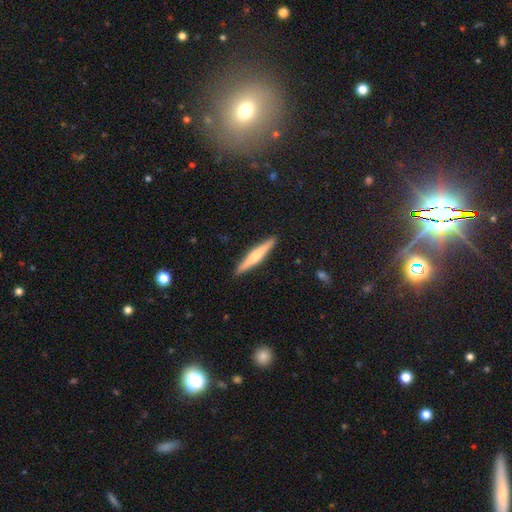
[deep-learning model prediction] A smooth galaxy with no disk features (49%).

Vote fractions:
- Smooth or featured? smooth: 49% / featured or disk: 46% / star or artifact: 5%
- Merging? none: 92% / minor disturbance: 6% / major disturbance: 1% / merger: 1%